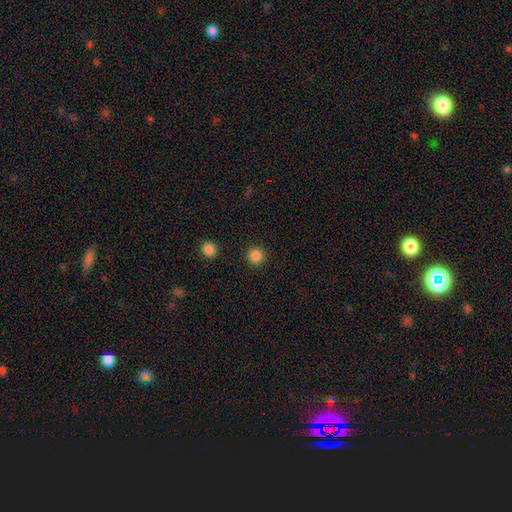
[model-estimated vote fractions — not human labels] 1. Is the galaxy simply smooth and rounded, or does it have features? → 86% smooth, 11% star or artifact, 3% featured or disk.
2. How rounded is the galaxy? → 95% round, 4% in between, 1% cigar-shaped.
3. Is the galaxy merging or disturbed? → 92% none, 4% minor disturbance, 2% major disturbance, 1% merger.